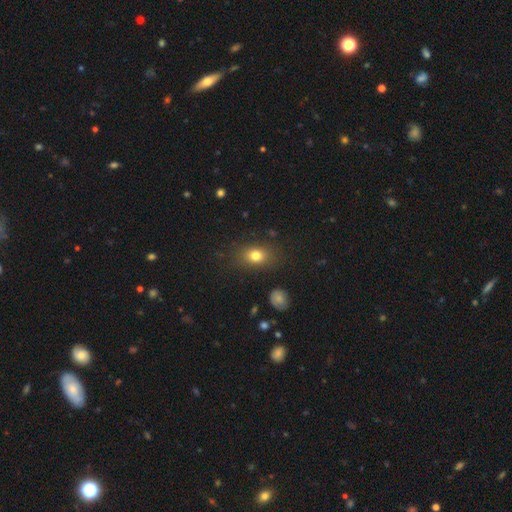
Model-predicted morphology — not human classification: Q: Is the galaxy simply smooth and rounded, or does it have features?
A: smooth — 78%.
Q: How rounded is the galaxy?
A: in between — 67%.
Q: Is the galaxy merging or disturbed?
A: none — 81%.